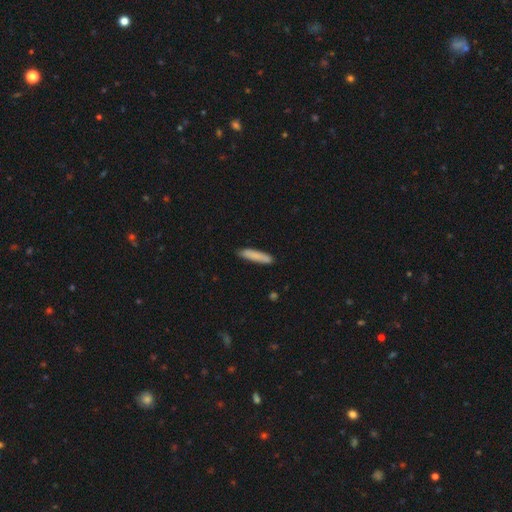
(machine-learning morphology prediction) smooth-or-featured: smooth: 85% | featured or disk: 9% | star or artifact: 6%
  how-rounded: cigar-shaped: 87% | in between: 12% | round: 1%
  merging: none: 86% | minor disturbance: 11% | major disturbance: 2% | merger: 2%